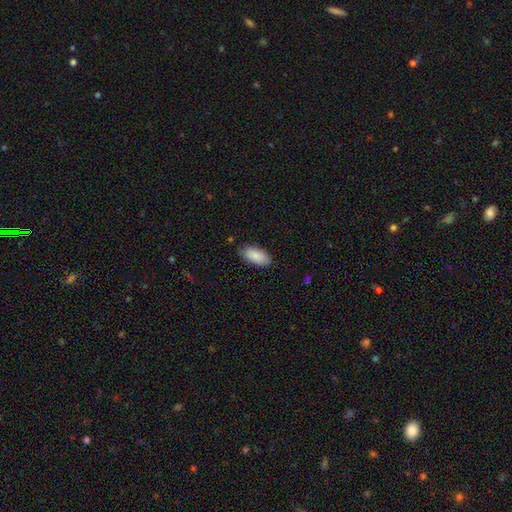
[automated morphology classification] smooth-or-featured: smooth: 87% | featured or disk: 7% | star or artifact: 6%
  how-rounded: in between: 92% | cigar-shaped: 6% | round: 2%
  merging: none: 83% | minor disturbance: 13% | major disturbance: 2% | merger: 1%